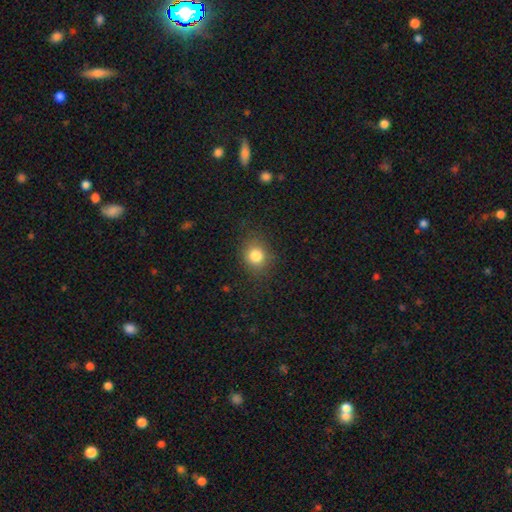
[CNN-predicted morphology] Overall: smooth (82%). How rounded: round (70%). Merging: none (83%).